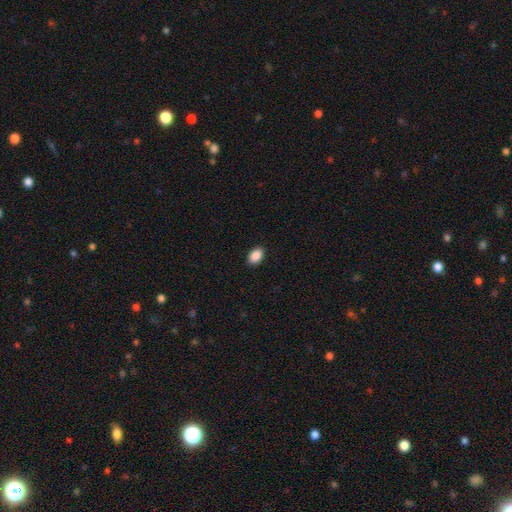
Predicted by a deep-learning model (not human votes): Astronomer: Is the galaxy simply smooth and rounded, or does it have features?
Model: smooth — 90%.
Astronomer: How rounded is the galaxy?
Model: in between — 88%.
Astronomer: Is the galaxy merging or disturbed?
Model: none — 90%.